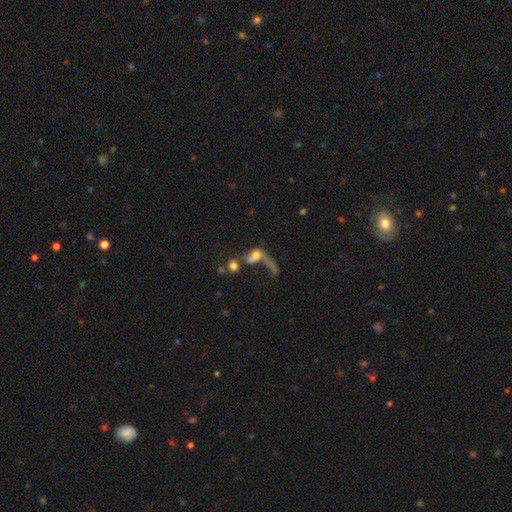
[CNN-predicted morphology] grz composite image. It shows a smooth galaxy with no disk features (51%) that is in between round and cigar-shaped (62%). Merging: merger (43%).